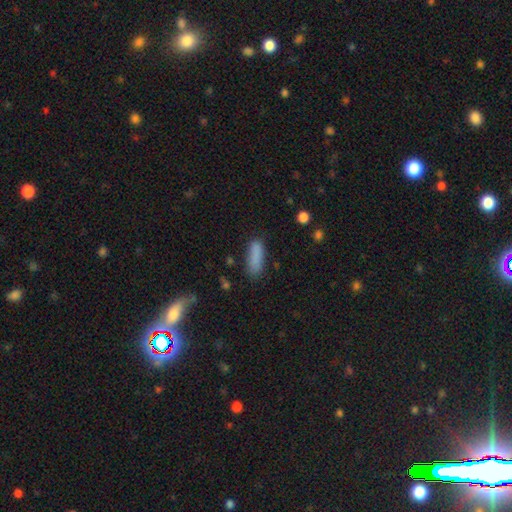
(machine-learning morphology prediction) This appears to be a smooth galaxy with no disk features (85%) that is in between round and cigar-shaped (58%). Merging: none (69%).